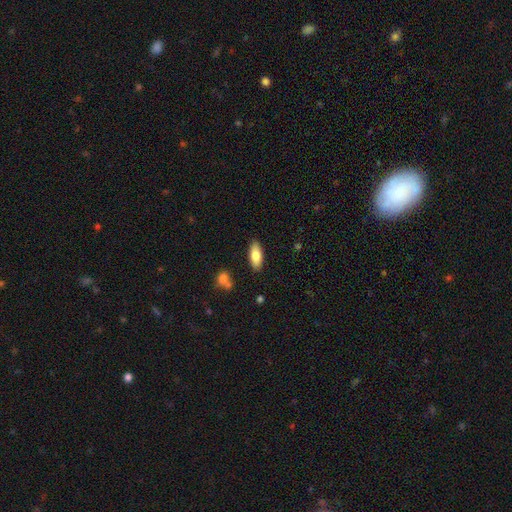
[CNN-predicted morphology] smooth 80%, featured or disk 14%, star or artifact 6%. Down the decision tree: how rounded — in between (81%); merging — none (86%).